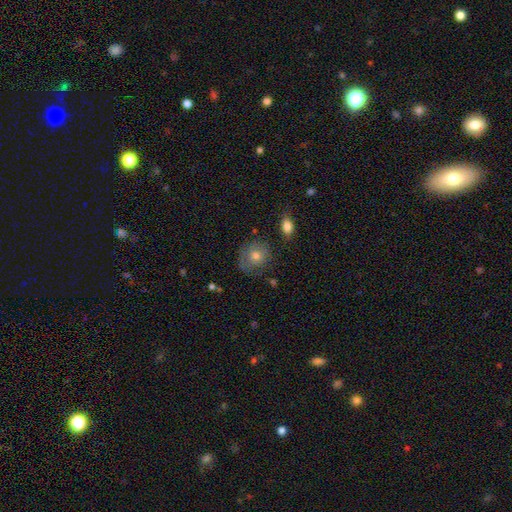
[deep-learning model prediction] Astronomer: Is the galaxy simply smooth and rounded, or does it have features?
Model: smooth — 71%.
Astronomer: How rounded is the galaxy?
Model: round — 75%.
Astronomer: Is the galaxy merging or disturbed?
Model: none — 67%.